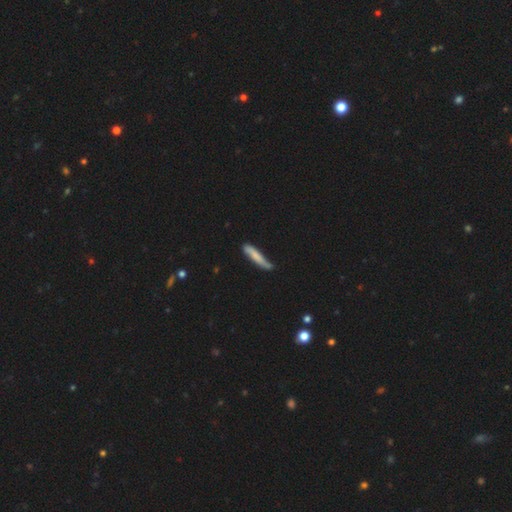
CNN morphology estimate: smooth 68%, featured or disk 27%, star or artifact 5%. Down the decision tree: how rounded — cigar-shaped (88%); merging — none (60%).